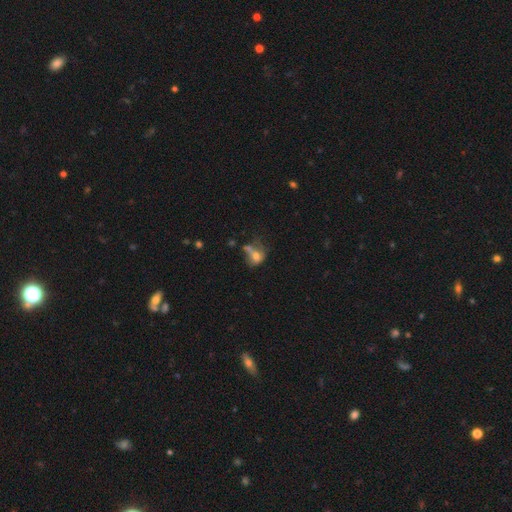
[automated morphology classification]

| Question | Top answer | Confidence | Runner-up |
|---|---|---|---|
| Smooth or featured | smooth | 55% | featured or disk (30%) |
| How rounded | in between | 64% | round (33%) |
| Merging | major disturbance | 30% | none (26%) |